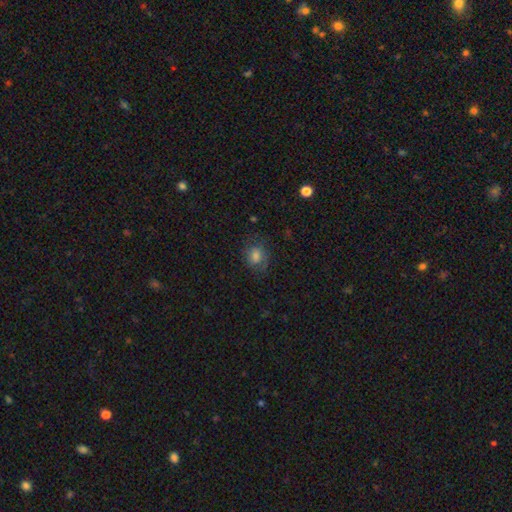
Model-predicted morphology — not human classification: This appears to be a smooth galaxy with no disk features (66%) that is round (55%). Merging: none (69%).